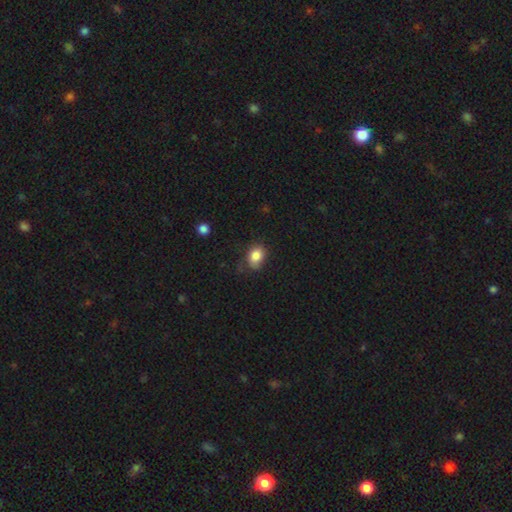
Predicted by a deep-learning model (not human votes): Smooth or featured? smooth (83%)
How rounded? in between (65%)
Merging? none (62%)